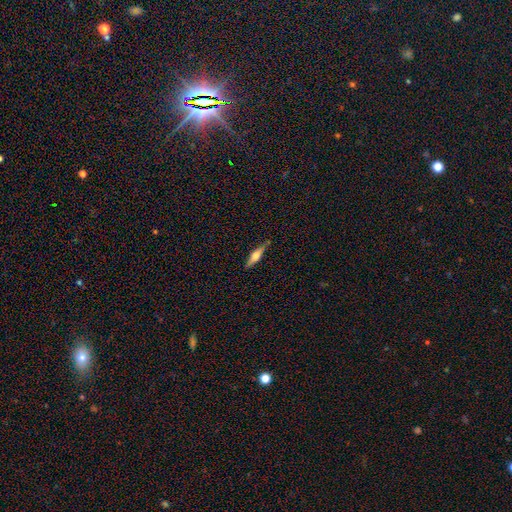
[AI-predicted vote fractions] Overall: featured or disk (64%; smooth 30%). Edge-on disk: yes (96%). Edge-on bulge: rounded (89%). Merging: none (84%).